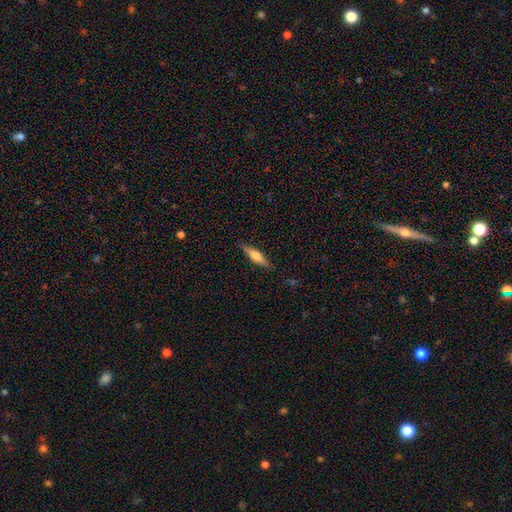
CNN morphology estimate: A smooth galaxy with no disk features (47%, tied with featured or disk). Merging: none (86%).